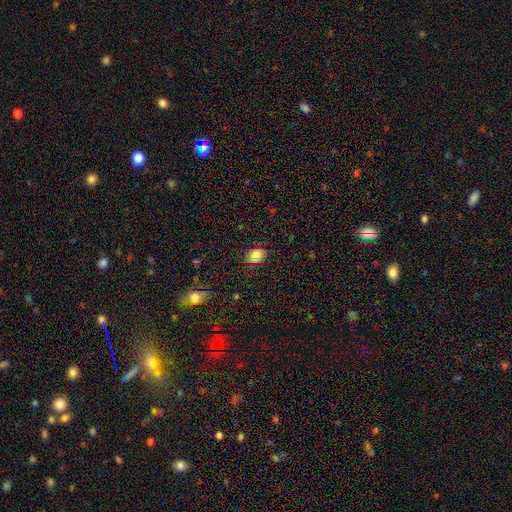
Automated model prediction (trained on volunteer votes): A smooth galaxy with no disk features (68%) that is round (56%).

Vote fractions:
- Smooth or featured? smooth: 68% / star or artifact: 24% / featured or disk: 8%
- How rounded? round: 56% / in between: 42% / cigar-shaped: 2%
- Merging? none: 86% / minor disturbance: 9% / major disturbance: 3% / merger: 2%